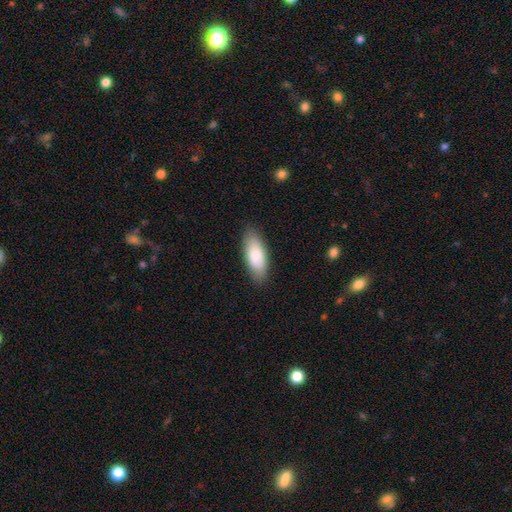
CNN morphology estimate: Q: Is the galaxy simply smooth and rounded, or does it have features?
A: smooth — 80%.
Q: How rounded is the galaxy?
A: in between — 80%.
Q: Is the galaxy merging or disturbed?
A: none — 85%.